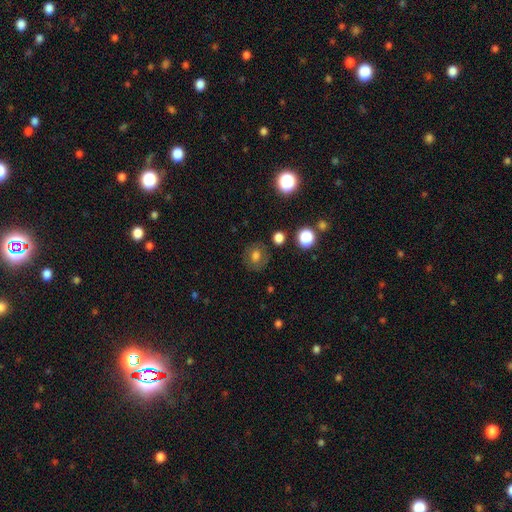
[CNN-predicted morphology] smooth_or_featured: smooth (p=0.68) [alt: featured or disk p=0.18]
how_rounded: round (p=0.78) [alt: in between p=0.21]
merging: none (p=0.80) [alt: minor disturbance p=0.12]